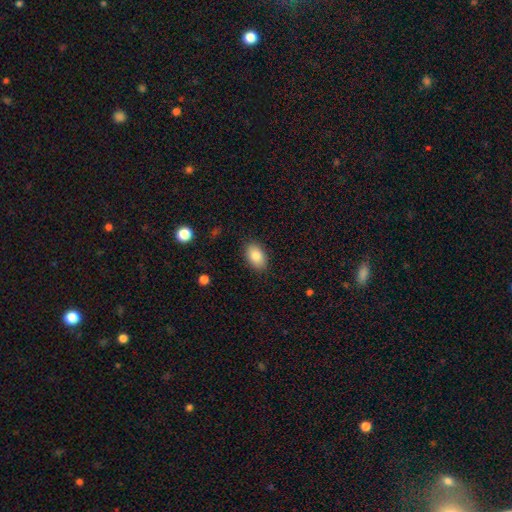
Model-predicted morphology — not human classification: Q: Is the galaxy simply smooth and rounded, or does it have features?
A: smooth — 87%.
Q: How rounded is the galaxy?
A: in between — 91%.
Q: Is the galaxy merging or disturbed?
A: none — 87%.